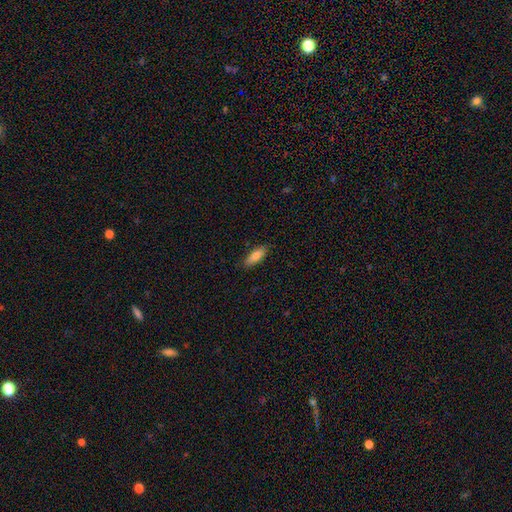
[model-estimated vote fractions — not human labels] smooth_or_featured: smooth (p=0.77) [alt: featured or disk p=0.17]
how_rounded: in between (p=0.61) [alt: cigar-shaped p=0.37]
merging: none (p=0.87) [alt: minor disturbance p=0.10]